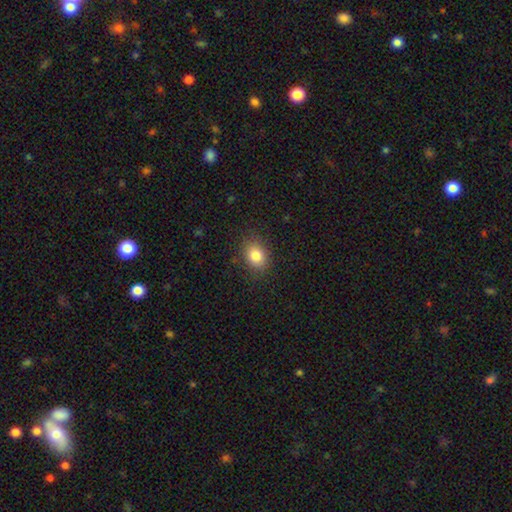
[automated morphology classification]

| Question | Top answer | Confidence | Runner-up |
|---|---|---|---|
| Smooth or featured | smooth | 84% | star or artifact (10%) |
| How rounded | in between | 60% | round (39%) |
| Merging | none | 85% | minor disturbance (11%) |